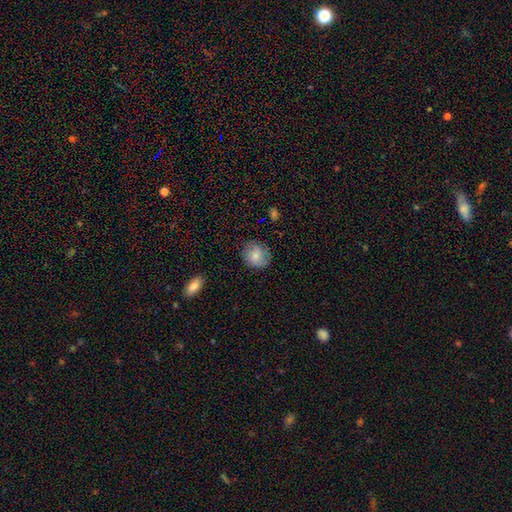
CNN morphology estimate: Q: Smooth or featured?
A: smooth (79%); runner-up: featured or disk (13%)
Q: How rounded?
A: round (78%); runner-up: in between (21%)
Q: Merging?
A: none (78%); runner-up: minor disturbance (16%)